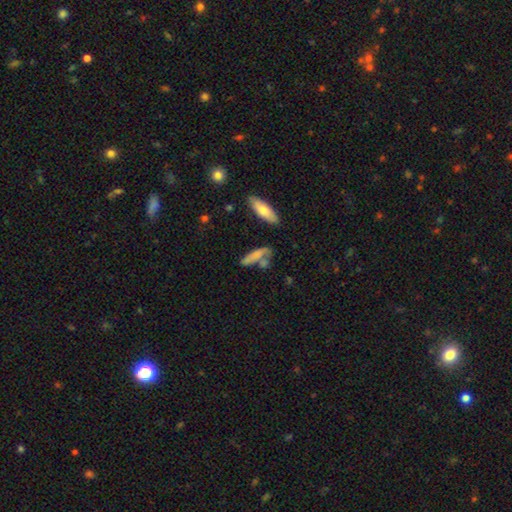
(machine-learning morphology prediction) A smooth galaxy with no disk features (70%) that is cigar-shaped (58%). Merging: none (49%).